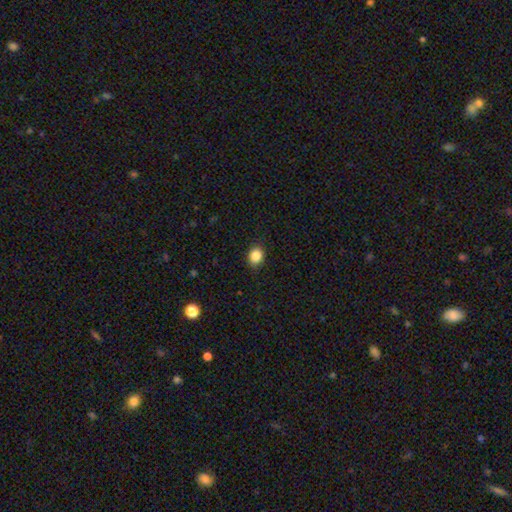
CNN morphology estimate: A smooth galaxy with no disk features (86%) that is round (59%). Merging: none (89%).